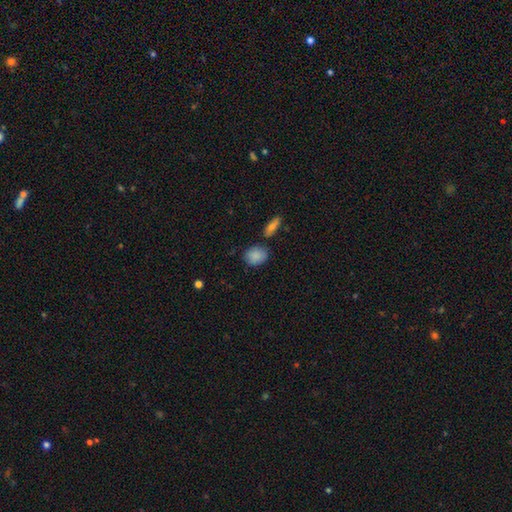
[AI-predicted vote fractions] Smooth or featured?
  - smooth: 87% *
  - star or artifact: 7%
  - featured or disk: 6%
How rounded?
  - in between: 58% *
  - round: 41%
  - cigar-shaped: 2%
Merging?
  - none: 73% *
  - minor disturbance: 17%
  - merger: 6%
  - major disturbance: 4%